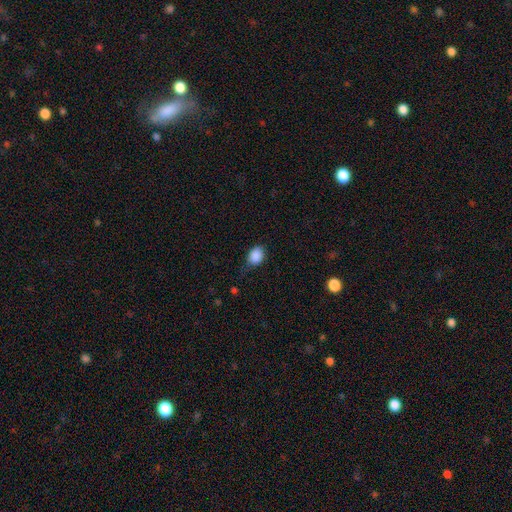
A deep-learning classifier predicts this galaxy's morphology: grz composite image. It shows a smooth galaxy with no disk features (88%) that is in between round and cigar-shaped (69%). Merging: none (68%).